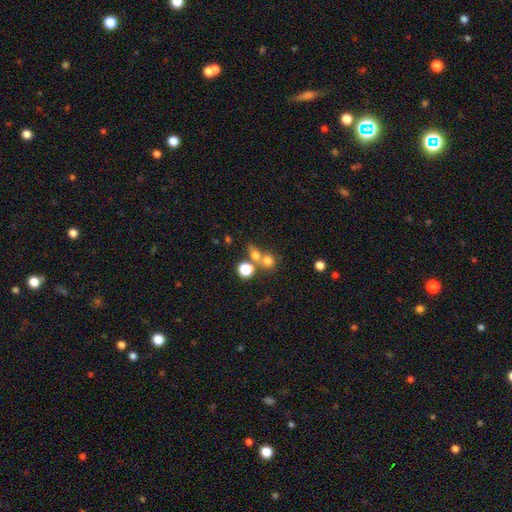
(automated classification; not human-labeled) A smooth galaxy with no disk features (71%) that is round (73%).

Vote fractions:
- Smooth or featured? smooth: 71% / star or artifact: 17% / featured or disk: 12%
- How rounded? round: 73% / in between: 25% / cigar-shaped: 2%
- Merging? none: 45% / merger: 42% / minor disturbance: 8% / major disturbance: 5%